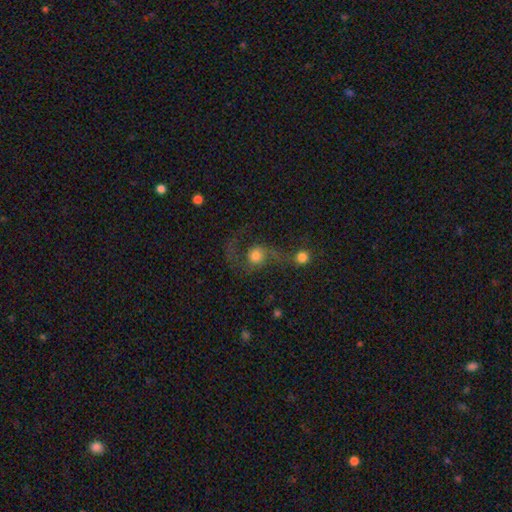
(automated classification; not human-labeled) A featured or disk galaxy (50%).

Vote fractions:
- Smooth or featured? featured or disk: 50% / smooth: 38% / star or artifact: 12%
- Merging? none: 32% / merger: 28% / major disturbance: 26% / minor disturbance: 13%